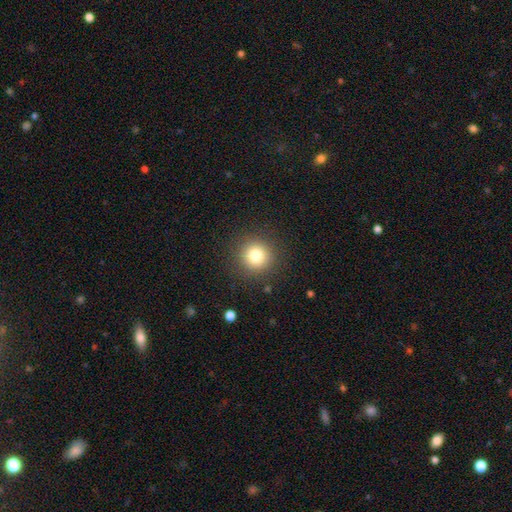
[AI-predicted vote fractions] Q: Smooth or featured?
A: smooth (79%); runner-up: star or artifact (13%)
Q: How rounded?
A: round (94%); runner-up: in between (5%)
Q: Merging?
A: none (89%); runner-up: minor disturbance (7%)